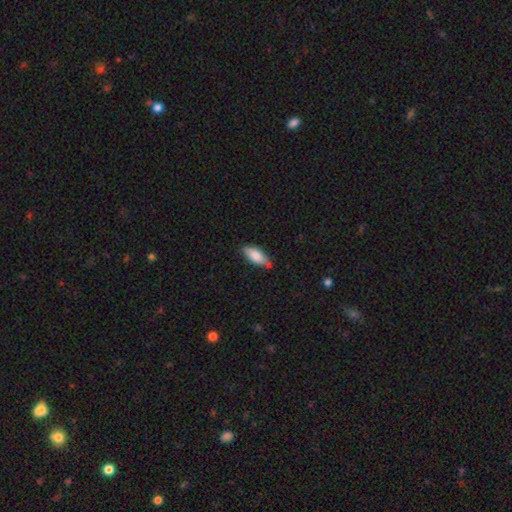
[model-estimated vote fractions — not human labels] smooth-or-featured: smooth: 81% | featured or disk: 13% | star or artifact: 6%
  how-rounded: in between: 79% | cigar-shaped: 19% | round: 2%
  merging: none: 73% | minor disturbance: 19% | merger: 4% | major disturbance: 3%